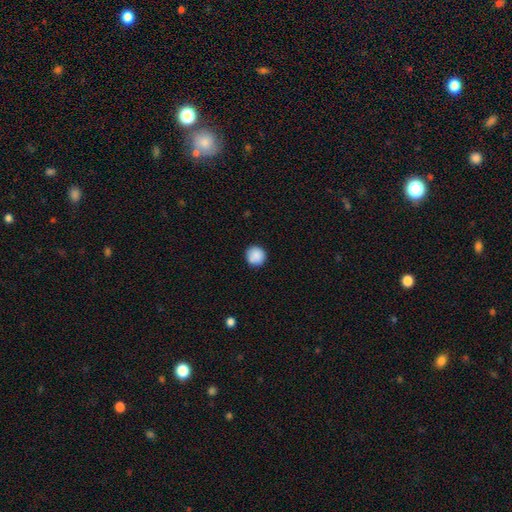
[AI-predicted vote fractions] Smooth or featured: smooth — 89% (star or artifact — 8%)
How rounded: round — 95% (in between — 4%)
Merging: none — 90% (minor disturbance — 7%)